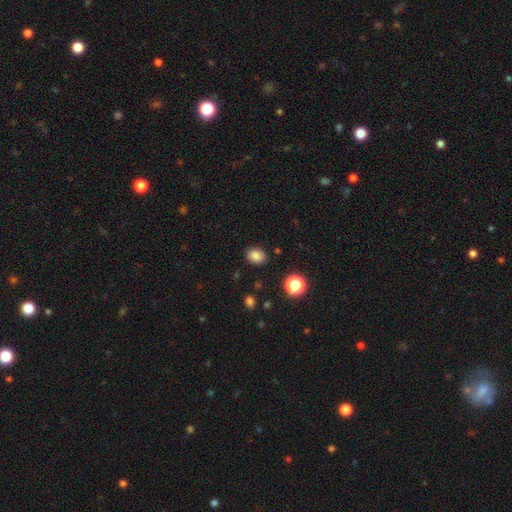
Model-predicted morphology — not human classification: This appears to be a smooth galaxy with no disk features (83%) that is in between round and cigar-shaped (60%). Merging: none (84%).